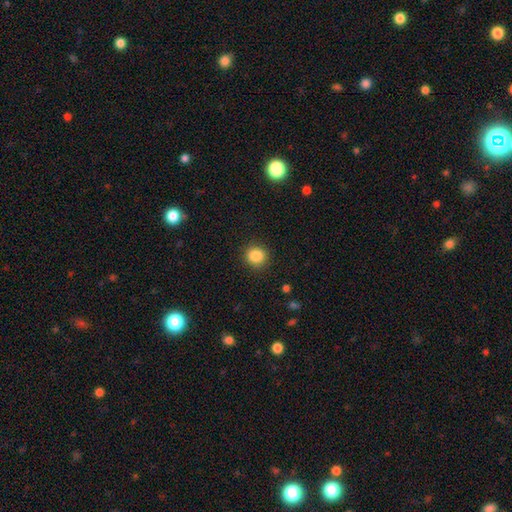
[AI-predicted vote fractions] Morphology: type=smooth (86%); roundness=round (90%); merging=none (90%).